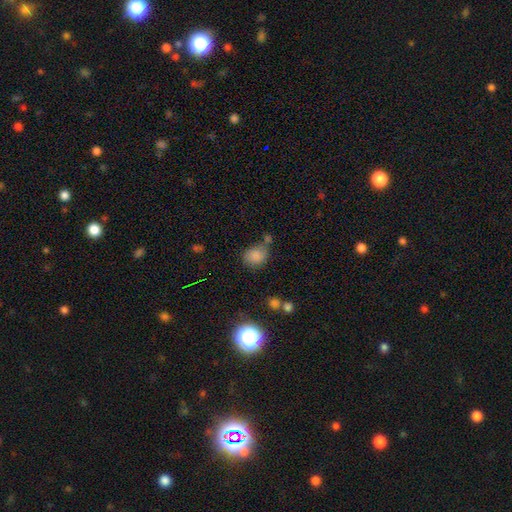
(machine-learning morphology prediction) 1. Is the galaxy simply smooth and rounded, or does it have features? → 81% smooth, 12% star or artifact, 6% featured or disk.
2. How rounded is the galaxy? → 58% round, 40% in between, 1% cigar-shaped.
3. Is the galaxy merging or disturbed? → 58% none, 21% minor disturbance, 14% merger, 7% major disturbance.